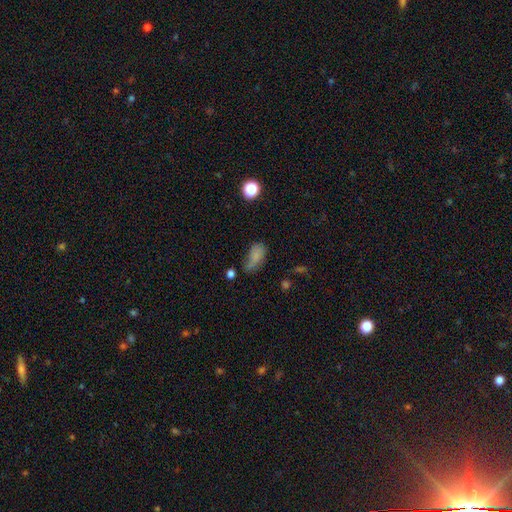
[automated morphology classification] Smooth or featured? smooth (73%)
How rounded? in between (88%)
Merging? none (40%)